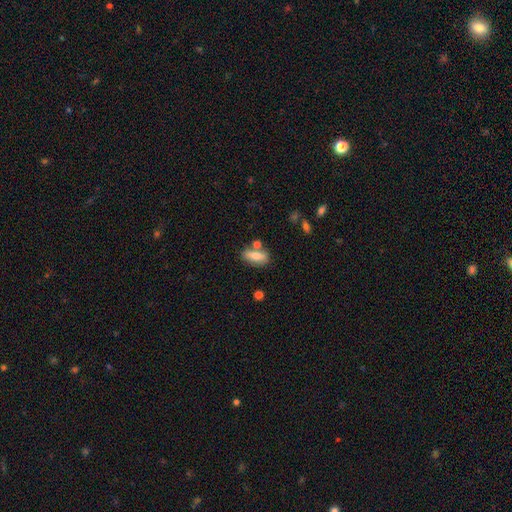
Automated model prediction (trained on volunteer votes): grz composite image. It shows a smooth galaxy with no disk features (69%) that is in between round and cigar-shaped (70%). Merging: none (71%).